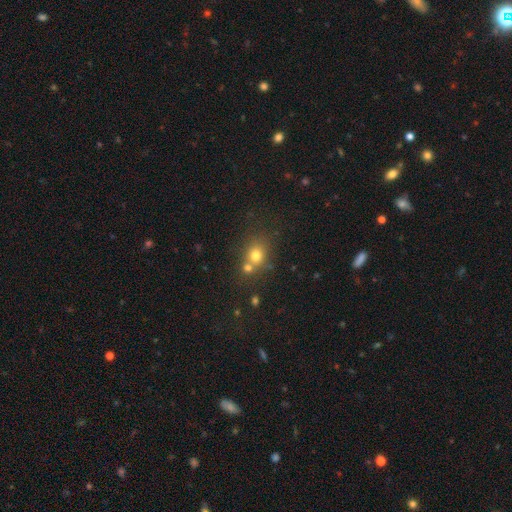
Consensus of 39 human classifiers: Smooth or featured? 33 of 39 (85%) said smooth. How rounded? 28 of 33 (85%) said round. Merging? 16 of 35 (46%) said none.